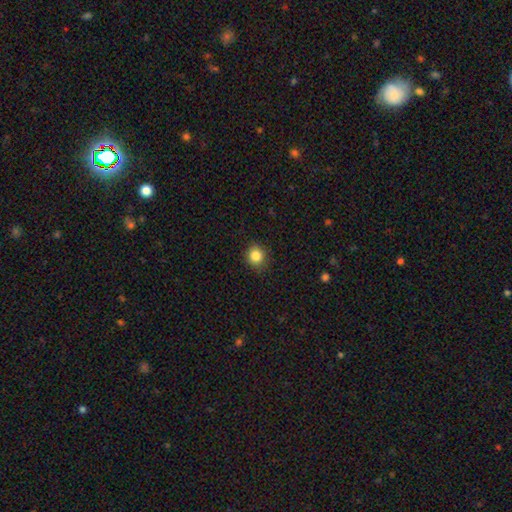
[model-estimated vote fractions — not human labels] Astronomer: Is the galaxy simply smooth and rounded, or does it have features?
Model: smooth — 84%.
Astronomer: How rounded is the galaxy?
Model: round — 83%.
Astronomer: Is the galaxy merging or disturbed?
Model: none — 87%.